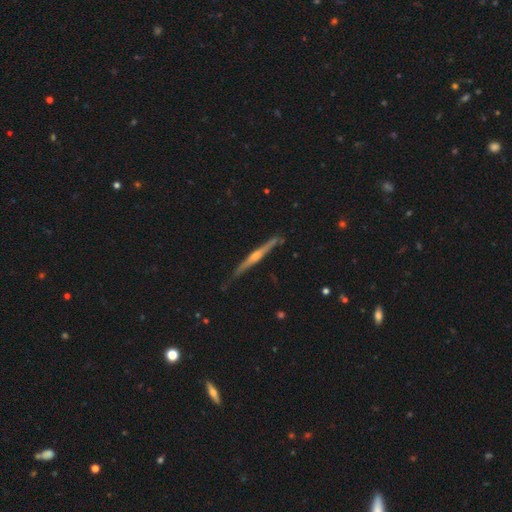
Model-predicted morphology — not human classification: A featured or disk galaxy (80%) viewed edge-on (98%) with a rounded central bulge (79%).

Vote fractions:
- Smooth or featured? featured or disk: 80% / smooth: 15% / star or artifact: 5%
- Edge-on disk? yes: 98% / no: 2%
- Edge-on bulge? rounded: 79% / none: 13% / boxy: 8%
- Merging? none: 85% / minor disturbance: 12% / major disturbance: 2% / merger: 2%